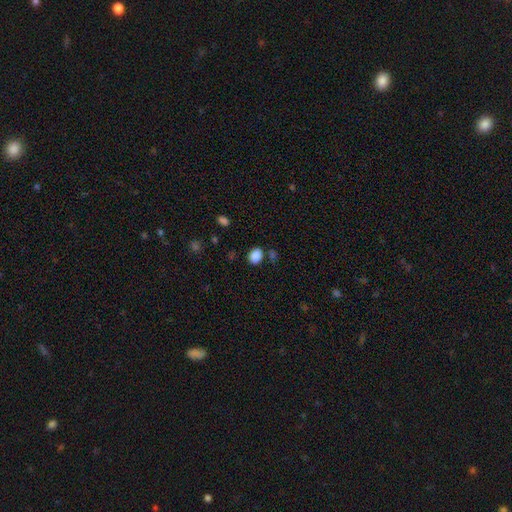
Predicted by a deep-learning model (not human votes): Smooth or featured: smooth — 87% (star or artifact — 9%)
How rounded: in between — 53% (round — 46%)
Merging: none — 78% (minor disturbance — 11%)